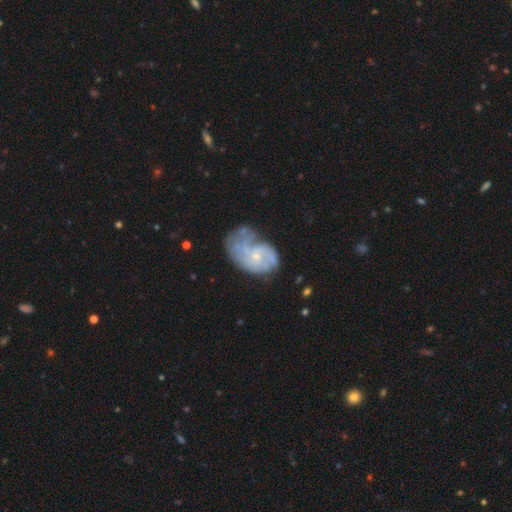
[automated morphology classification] smooth_or_featured: featured or disk (p=0.77) [alt: smooth p=0.16]
disk_edge_on: no (p=0.98) [alt: yes p=0.02]
bar: no (p=0.71) [alt: weak p=0.26]
has_spiral_arms: yes (p=0.86) [alt: no p=0.14]
spiral_winding: medium (p=0.41) [alt: tight p=0.37]
spiral_arm_count: can't tell (p=0.34) [alt: 2 p=0.25]
bulge_size: small (p=0.74) [alt: moderate p=0.18]
merging: none (p=0.40) [alt: minor disturbance p=0.28]